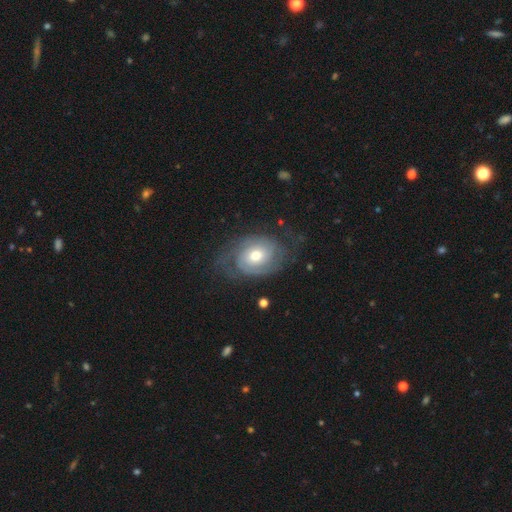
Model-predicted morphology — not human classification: Smooth or featured?
  - featured or disk: 78% *
  - smooth: 16%
  - star or artifact: 6%
Edge-on disk?
  - no: 96% *
  - yes: 4%
Bar?
  - no: 73% *
  - weak: 22%
  - strong: 5%
Spiral arms?
  - yes: 91% *
  - no: 9%
Spiral winding?
  - tight: 57% *
  - medium: 31%
  - loose: 12%
Spiral arm count?
  - 2: 62% *
  - can't tell: 21%
  - 3: 7%
  - 1: 5%
  - 4: 3%
  - more than 4: 2%
Bulge size?
  - moderate: 65% *
  - small: 26%
  - large: 7%
  - dominant: 1%
  - none: 1%
Merging?
  - none: 65% *
  - minor disturbance: 19%
  - major disturbance: 14%
  - merger: 1%